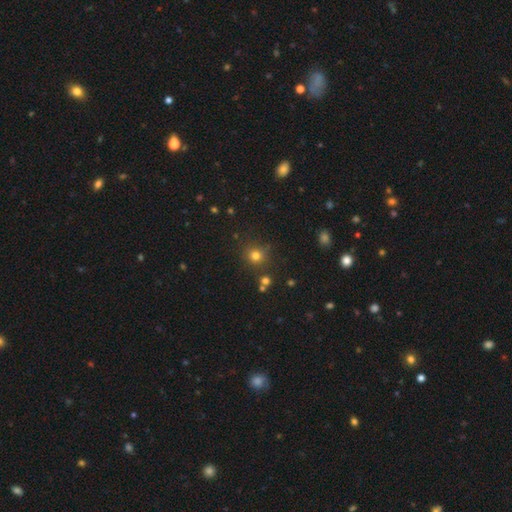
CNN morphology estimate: A smooth galaxy with no disk features (76%) that is round (91%). Merging: none (79%).